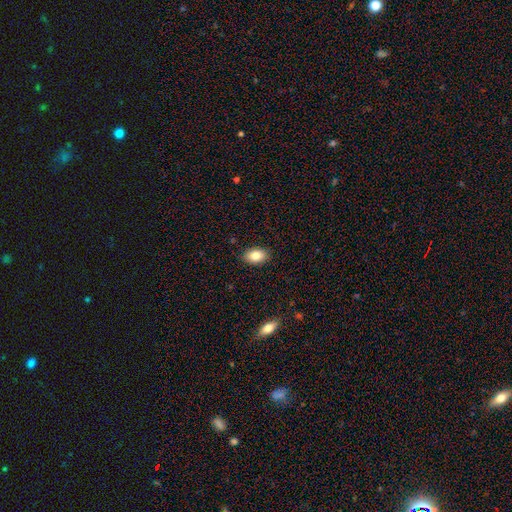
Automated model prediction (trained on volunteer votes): Overall: smooth (84%). How rounded: in between (89%). Merging: none (88%).